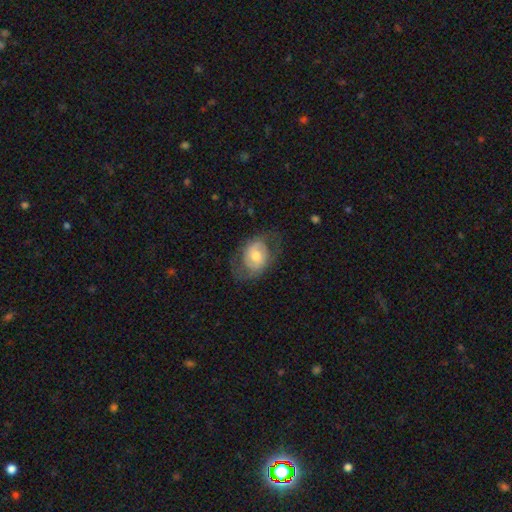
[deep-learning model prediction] Smooth or featured? Predicted: featured or disk (p=0.55). Edge-on disk? Predicted: no (p=0.96). Bar? Predicted: no (p=0.59). Spiral arms? Predicted: yes (p=0.63). Bulge size? Predicted: moderate (p=0.69). Merging? Predicted: none (p=0.62).